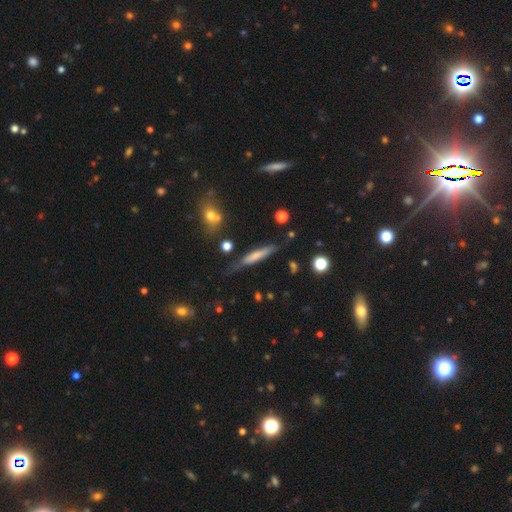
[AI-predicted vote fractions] Morphology: type=smooth (55%); roundness=cigar-shaped (89%); merging=none (62%).